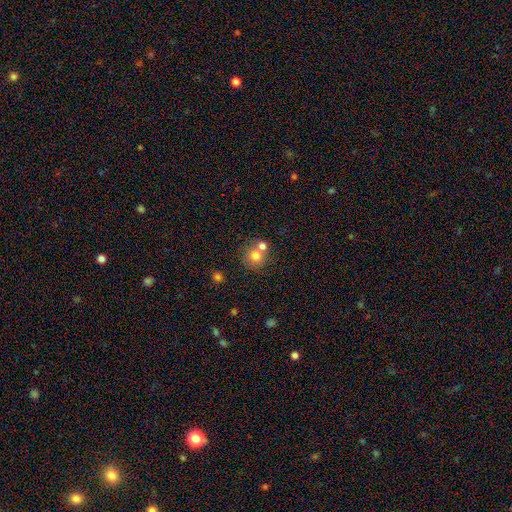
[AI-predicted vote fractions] A smooth galaxy with no disk features (76%) that is round (87%).

Vote fractions:
- Smooth or featured? smooth: 76% / featured or disk: 13% / star or artifact: 11%
- How rounded? round: 87% / in between: 13% / cigar-shaped: 1%
- Merging? none: 51% / merger: 37% / minor disturbance: 8% / major disturbance: 3%